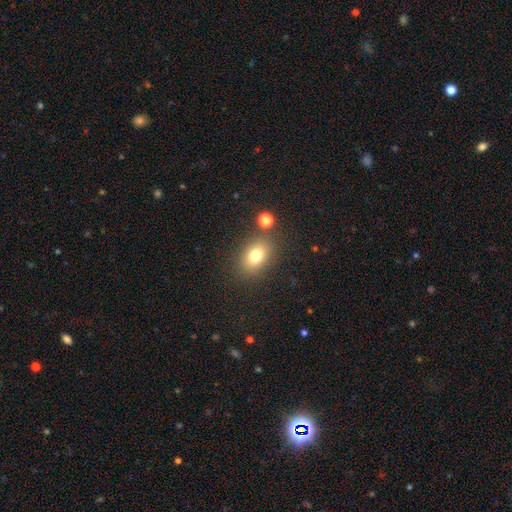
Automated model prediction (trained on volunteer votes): Morphology: type=smooth (77%); roundness=in between (72%); merging=none (80%).